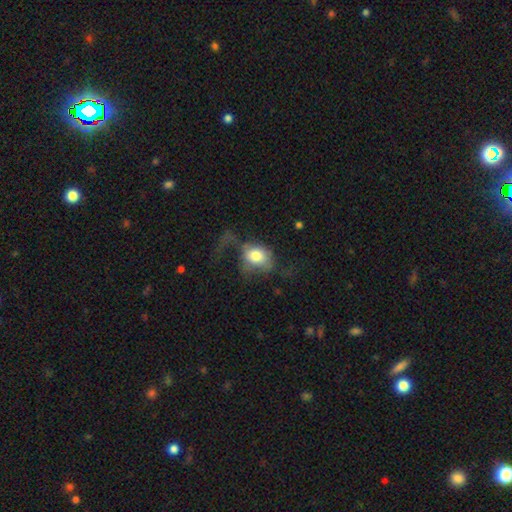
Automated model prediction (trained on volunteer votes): Overall: smooth (68%). How rounded: in between (56%; round 42%). Merging: major disturbance (56%; none 22%).